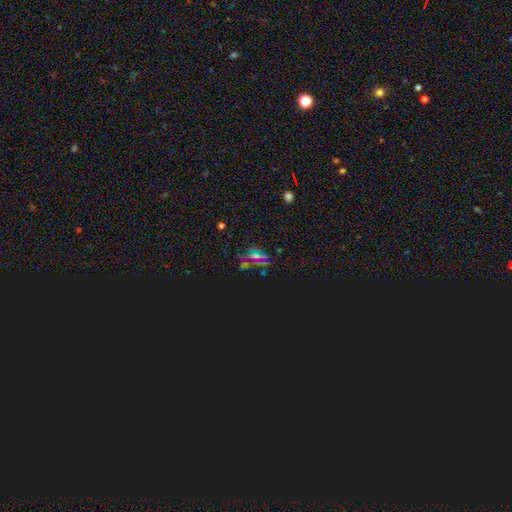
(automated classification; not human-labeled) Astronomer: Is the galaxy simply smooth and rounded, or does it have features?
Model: star or artifact — 66%.